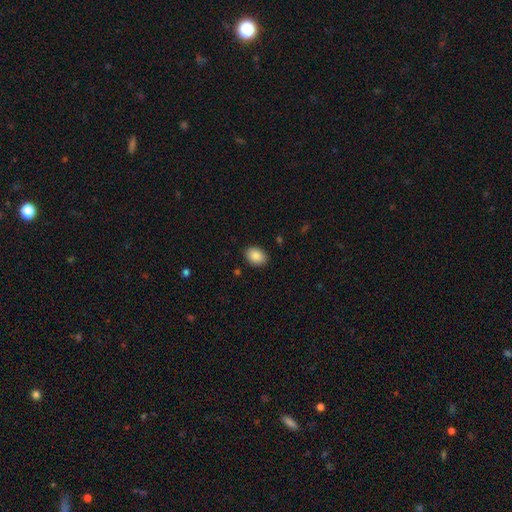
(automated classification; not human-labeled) This is clearly a smooth galaxy (89%). How rounded: likely in between (75%). Merging: clearly none (88%).